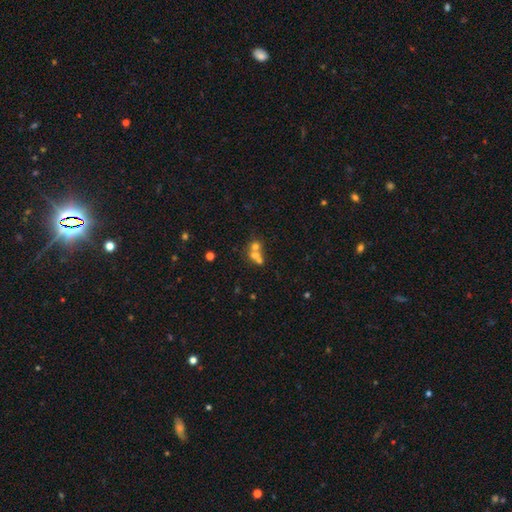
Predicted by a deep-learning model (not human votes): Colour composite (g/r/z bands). It shows a smooth galaxy with no disk features (55%) that is round (73%). Merging: merger (59%).